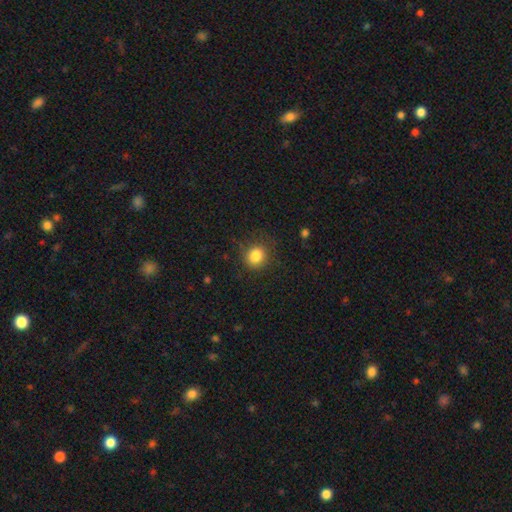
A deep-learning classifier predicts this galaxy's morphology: smooth-or-featured: smooth: 84% | star or artifact: 11% | featured or disk: 5%
  how-rounded: round: 80% | in between: 19% | cigar-shaped: 1%
  merging: none: 81% | minor disturbance: 13% | major disturbance: 5% | merger: 1%